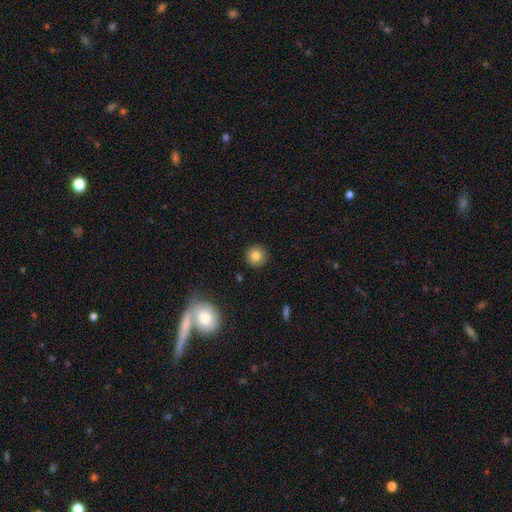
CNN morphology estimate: A smooth galaxy with no disk features (82%) that is round (94%).

Vote fractions:
- Smooth or featured? smooth: 82% / star or artifact: 10% / featured or disk: 8%
- How rounded? round: 94% / in between: 5% / cigar-shaped: 1%
- Merging? none: 91% / minor disturbance: 6% / major disturbance: 2% / merger: 1%